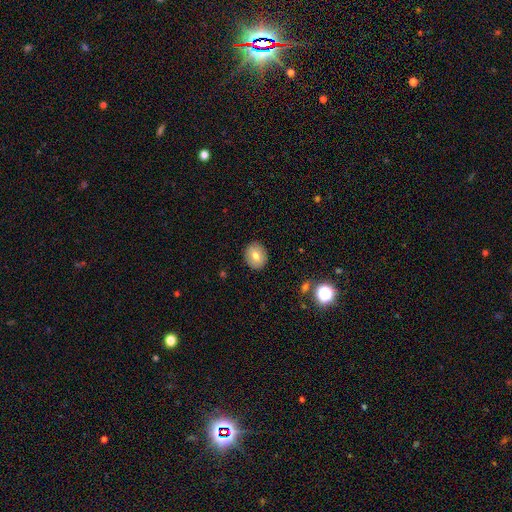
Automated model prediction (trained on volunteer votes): smooth-or-featured: smooth: 74% | featured or disk: 17% | star or artifact: 10%
  how-rounded: round: 78% | in between: 21% | cigar-shaped: 1%
  merging: none: 90% | minor disturbance: 7% | major disturbance: 2% | merger: 1%